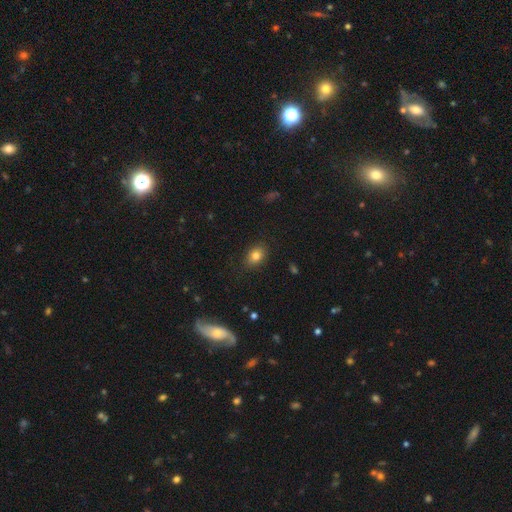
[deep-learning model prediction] A smooth galaxy with no disk features (81%) that is in between round and cigar-shaped (68%). Merging: none (85%).